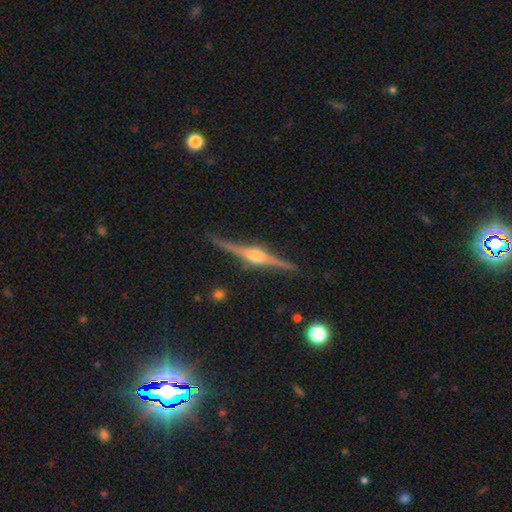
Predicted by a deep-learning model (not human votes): smooth-or-featured: featured or disk: 88% | smooth: 7% | star or artifact: 5%
  disk-edge-on: yes: 98% | no: 2%
    edge-on-bulge: rounded: 91% | boxy: 7% | none: 2%
  merging: none: 90% | minor disturbance: 8% | major disturbance: 2% | merger: 1%